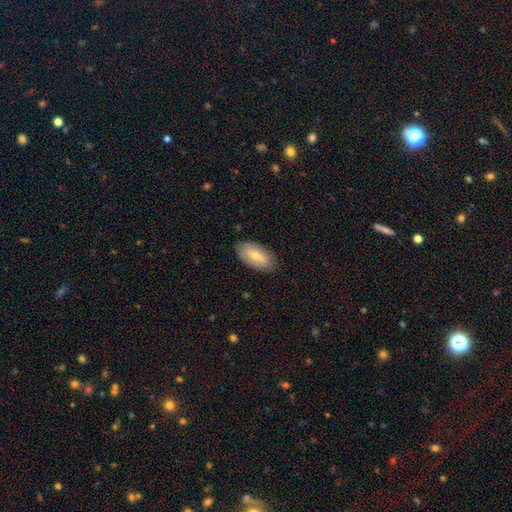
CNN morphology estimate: Smooth or featured? Predicted: smooth (p=0.60). How rounded? Predicted: in between (p=0.91). Merging? Predicted: none (p=0.85).